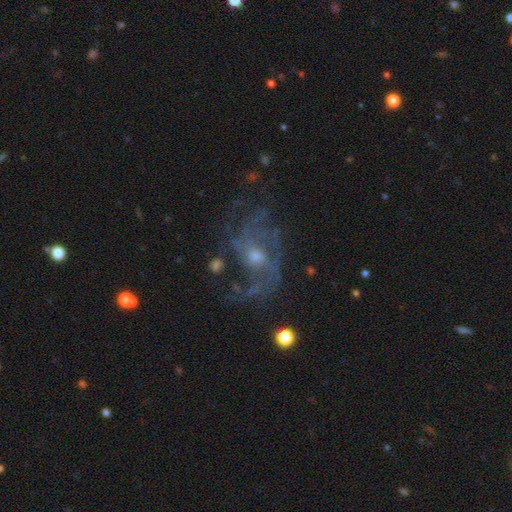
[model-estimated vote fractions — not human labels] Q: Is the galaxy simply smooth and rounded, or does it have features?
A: featured or disk — 78%.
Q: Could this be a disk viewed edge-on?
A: no — 97%.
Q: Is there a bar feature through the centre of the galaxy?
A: no — 70%.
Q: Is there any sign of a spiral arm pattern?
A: yes — 81%.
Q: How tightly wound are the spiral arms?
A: loose — 47%.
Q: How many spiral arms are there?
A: can't tell — 34%.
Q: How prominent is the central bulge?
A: moderate — 46%.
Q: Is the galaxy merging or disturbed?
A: none — 52%.